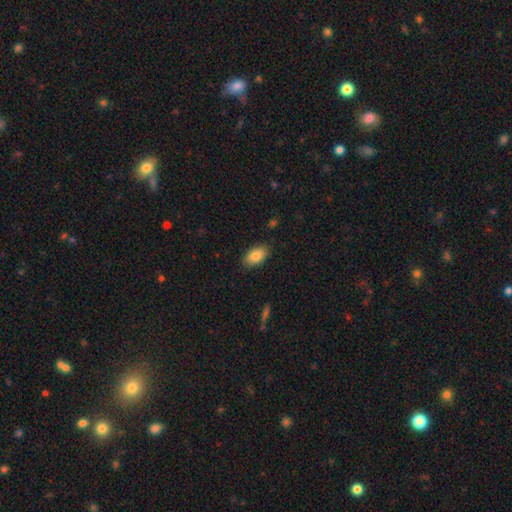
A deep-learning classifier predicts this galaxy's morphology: smooth_or_featured: smooth (p=0.85) [alt: featured or disk p=0.08]
how_rounded: in between (p=0.93) [alt: round p=0.04]
merging: none (p=0.86) [alt: minor disturbance p=0.10]